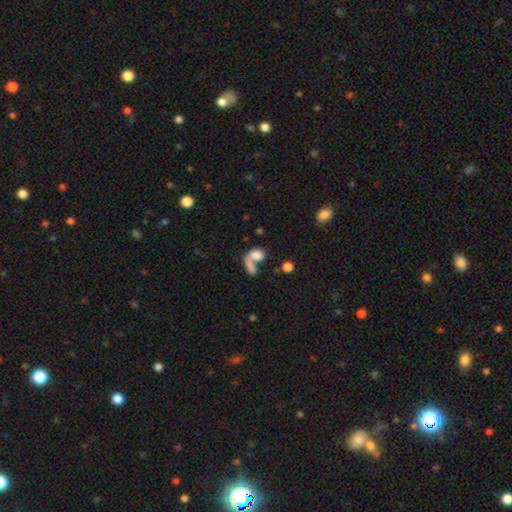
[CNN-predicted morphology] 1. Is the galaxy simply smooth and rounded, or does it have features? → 74% smooth, 16% featured or disk, 10% star or artifact.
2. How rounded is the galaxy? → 65% in between, 29% round, 5% cigar-shaped.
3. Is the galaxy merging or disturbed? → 53% merger, 27% none, 11% major disturbance, 8% minor disturbance.